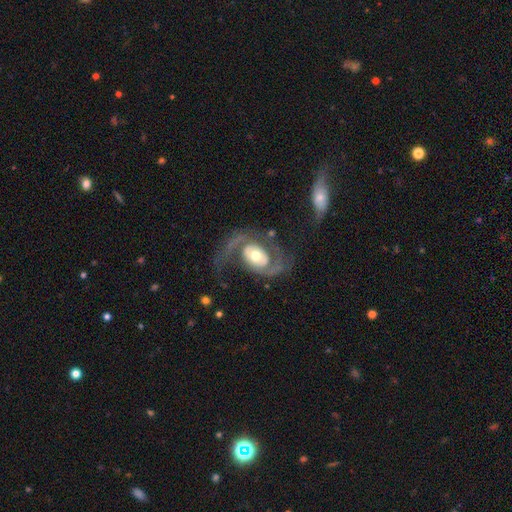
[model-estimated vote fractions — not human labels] The model was most divided on "spiral winding": medium: 43%, loose: 39%, tight: 18%. More confident: edge-on disk — no (96%); spiral arms — yes (91%); spiral arm count — 2 (85%); smooth or featured — featured or disk (84%); bar — no (66%); bulge size — moderate (66%); merging — none (53%).